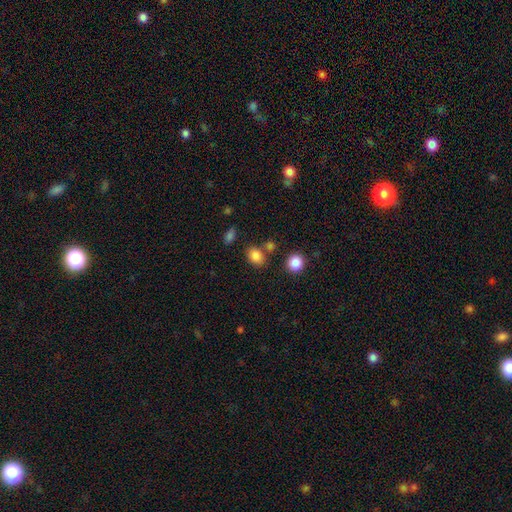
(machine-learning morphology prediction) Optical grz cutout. It shows a smooth galaxy with no disk features (83%) that is in between round and cigar-shaped (61%). Merging: none (72%).